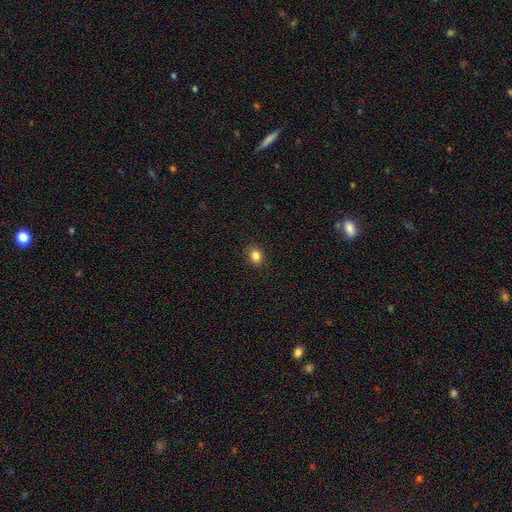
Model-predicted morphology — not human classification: Smooth or featured: smooth — 85% (star or artifact — 11%)
How rounded: in between — 51% (round — 48%)
Merging: none — 88% (minor disturbance — 9%)